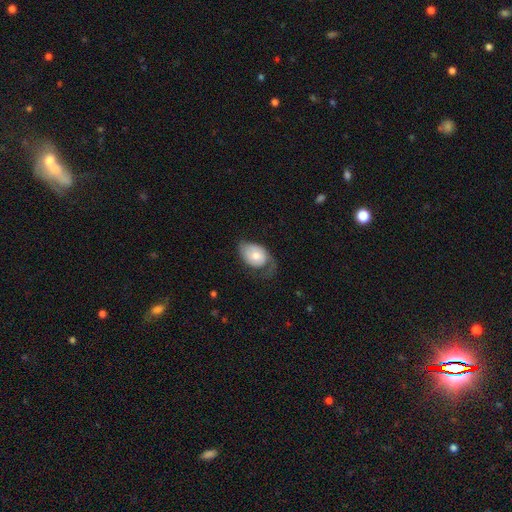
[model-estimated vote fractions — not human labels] Morphology: type=smooth (53%); roundness=in between (79%); merging=none (34%).